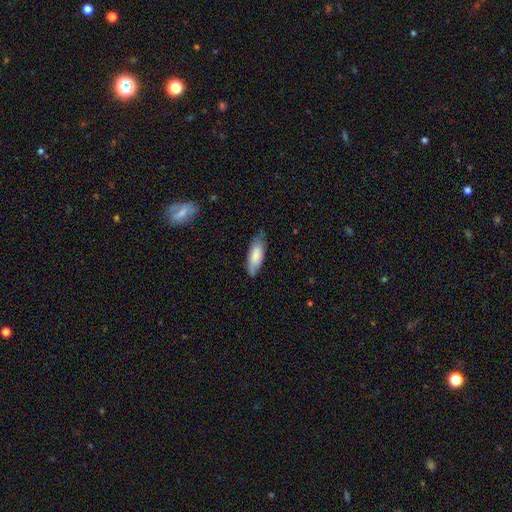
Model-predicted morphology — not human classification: smooth_or_featured: smooth (p=0.79) [alt: featured or disk p=0.15]
how_rounded: in between (p=0.68) [alt: cigar-shaped p=0.31]
merging: none (p=0.73) [alt: minor disturbance p=0.22]